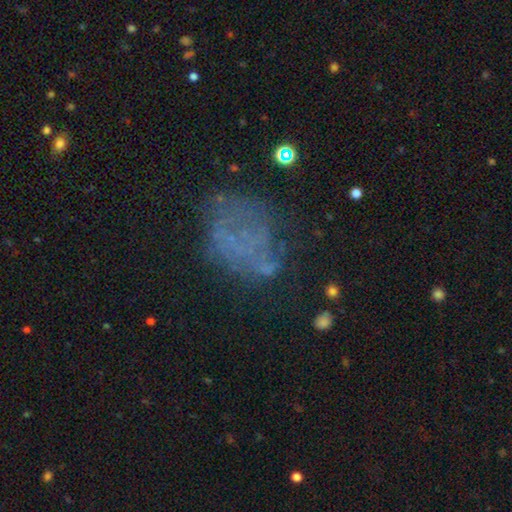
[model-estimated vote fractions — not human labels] A featured or disk galaxy (47%).

Vote fractions:
- Smooth or featured? featured or disk: 47% / smooth: 31% / star or artifact: 22%
- Merging? none: 51% / major disturbance: 24% / minor disturbance: 20% / merger: 5%